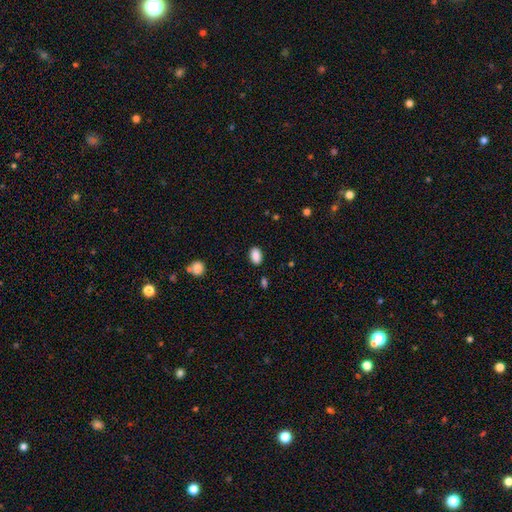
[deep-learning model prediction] A smooth galaxy with no disk features (89%) that is in between round and cigar-shaped (90%). Merging: none (86%).